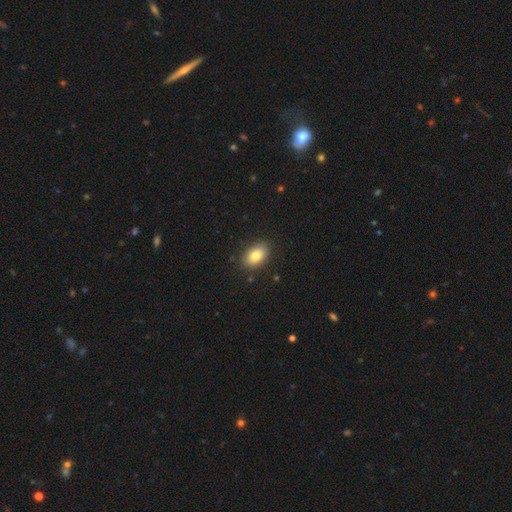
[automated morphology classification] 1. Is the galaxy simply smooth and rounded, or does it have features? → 80% smooth, 11% featured or disk, 8% star or artifact.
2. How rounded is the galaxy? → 87% in between, 12% round, 1% cigar-shaped.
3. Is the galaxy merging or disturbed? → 86% none, 10% minor disturbance, 2% major disturbance, 1% merger.